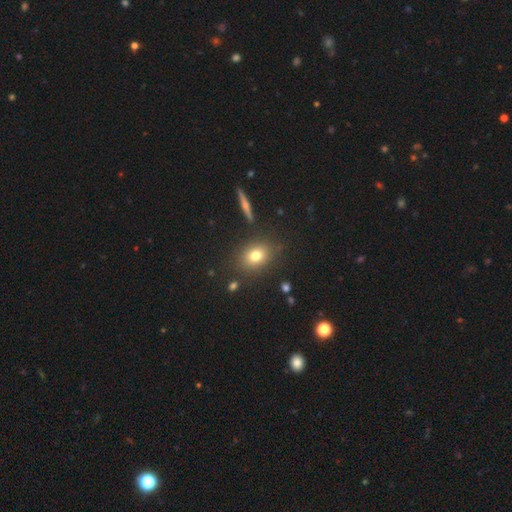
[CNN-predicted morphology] smooth_or_featured: smooth (p=0.76) [alt: star or artifact p=0.13]
how_rounded: in between (p=0.56) [alt: round p=0.41]
merging: none (p=0.83) [alt: minor disturbance p=0.10]